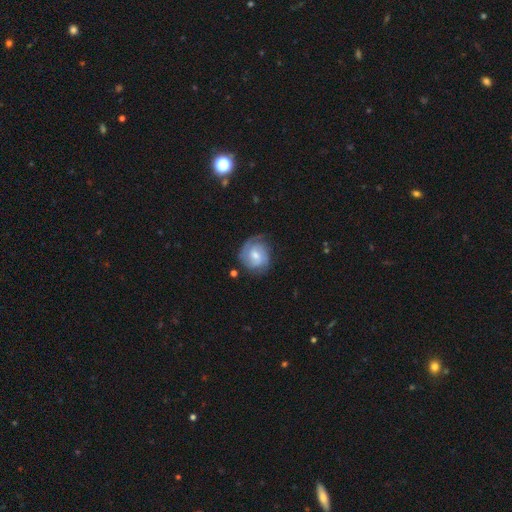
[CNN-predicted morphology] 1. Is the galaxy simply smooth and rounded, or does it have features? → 71% featured or disk, 23% smooth, 6% star or artifact.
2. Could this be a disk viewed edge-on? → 98% no, 2% yes.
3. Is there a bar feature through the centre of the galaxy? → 48% weak, 44% no, 8% strong.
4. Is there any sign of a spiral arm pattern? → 92% yes, 8% no.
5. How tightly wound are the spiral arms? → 57% tight, 33% medium, 10% loose.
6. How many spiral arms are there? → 44% 2, 26% can't tell, 14% 3, 10% 1, 3% 4, 3% more than 4.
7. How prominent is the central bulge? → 54% moderate, 35% small, 5% large, 4% none, 1% dominant.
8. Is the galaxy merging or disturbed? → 67% none, 22% minor disturbance, 9% major disturbance, 2% merger.